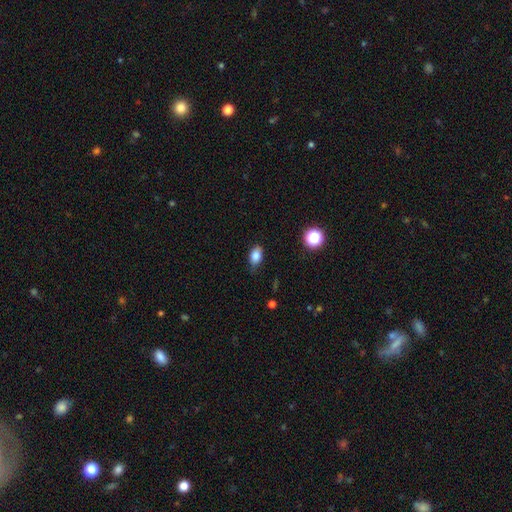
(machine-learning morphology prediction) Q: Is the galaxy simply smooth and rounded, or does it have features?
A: smooth — 84%.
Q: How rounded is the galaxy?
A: in between — 86%.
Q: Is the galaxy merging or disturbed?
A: none — 75%.